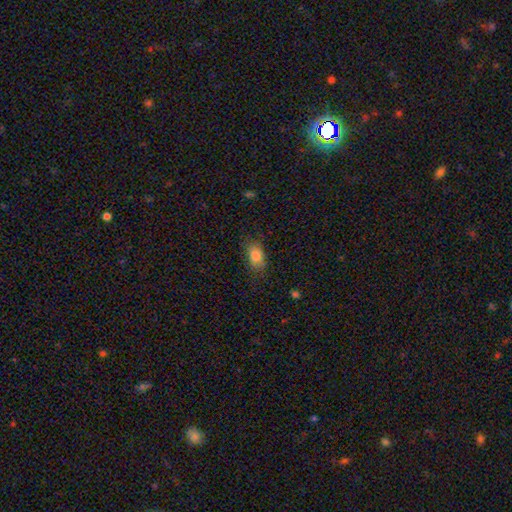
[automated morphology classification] smooth-or-featured: smooth: 84% | star or artifact: 10% | featured or disk: 7%
  how-rounded: in between: 85% | round: 12% | cigar-shaped: 3%
  merging: none: 76% | minor disturbance: 17% | major disturbance: 5% | merger: 1%